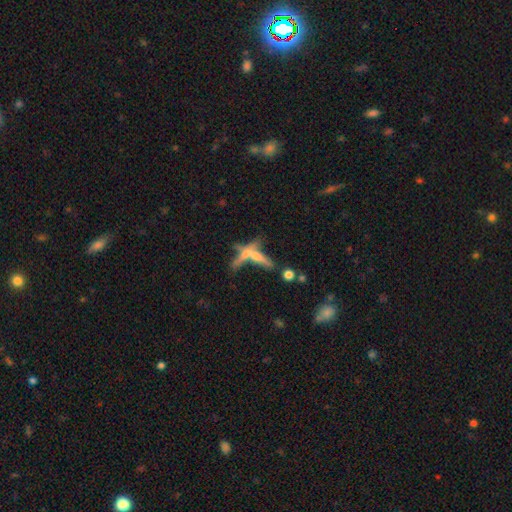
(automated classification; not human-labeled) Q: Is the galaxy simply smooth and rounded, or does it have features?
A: featured or disk — 51%.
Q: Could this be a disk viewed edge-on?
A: yes — 77%.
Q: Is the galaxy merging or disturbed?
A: none — 40%, tied with merger.